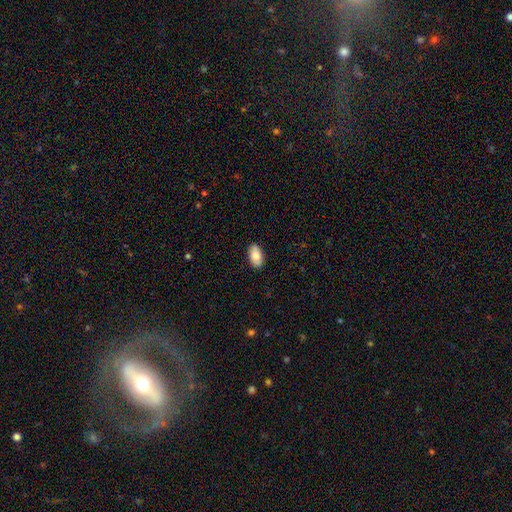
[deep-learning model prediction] Smooth or featured? smooth (82%)
How rounded? in between (94%)
Merging? none (87%)